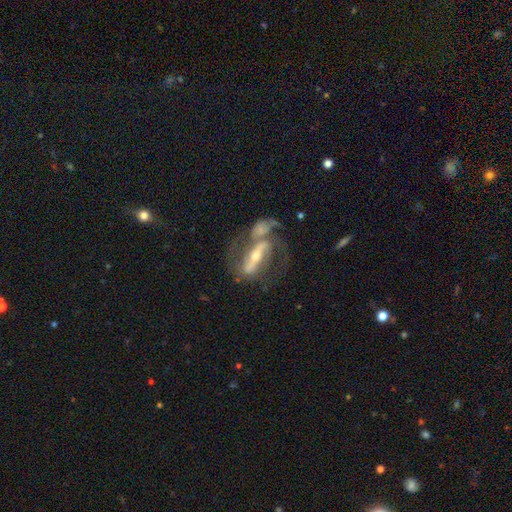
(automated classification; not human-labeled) This is clearly a featured or disk galaxy (81%). It is clearly not viewed edge-on (83%). Bar: likely strong (63%). Spiral arm pattern: clearly yes (81%). Spiral arm count: likely 2 (76%). Spiral winding: marginally medium (42%). Central bulge: possibly small (48%). Merging: marginally none (37%).